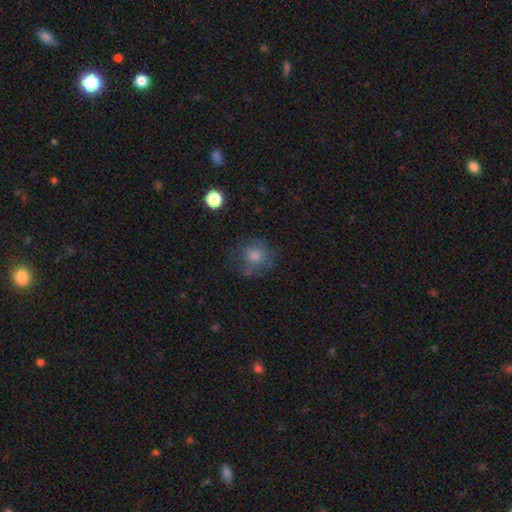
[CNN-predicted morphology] Smooth or featured?
  - smooth: 67% *
  - featured or disk: 20%
  - star or artifact: 13%
How rounded?
  - round: 85% *
  - in between: 14%
  - cigar-shaped: 1%
Merging?
  - none: 66% *
  - minor disturbance: 21%
  - major disturbance: 12%
  - merger: 2%